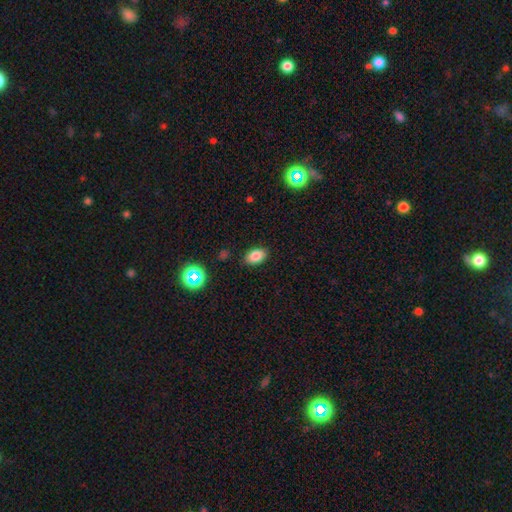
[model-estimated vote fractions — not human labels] A smooth galaxy with no disk features (81%) that is in between round and cigar-shaped (88%). Merging: none (86%).